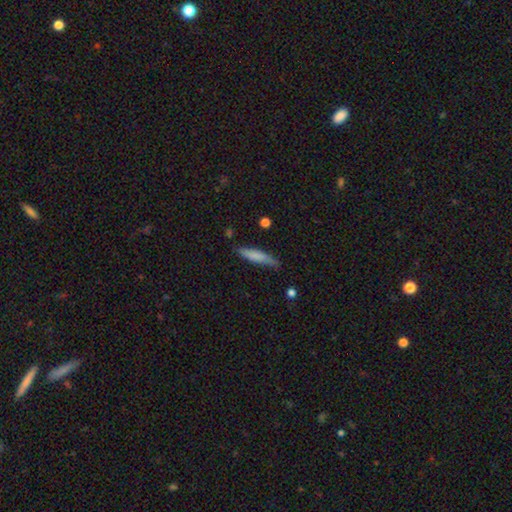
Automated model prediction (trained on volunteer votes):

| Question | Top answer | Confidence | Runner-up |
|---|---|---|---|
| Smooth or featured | smooth | 74% | featured or disk (20%) |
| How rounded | cigar-shaped | 86% | in between (12%) |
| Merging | none | 76% | minor disturbance (18%) |